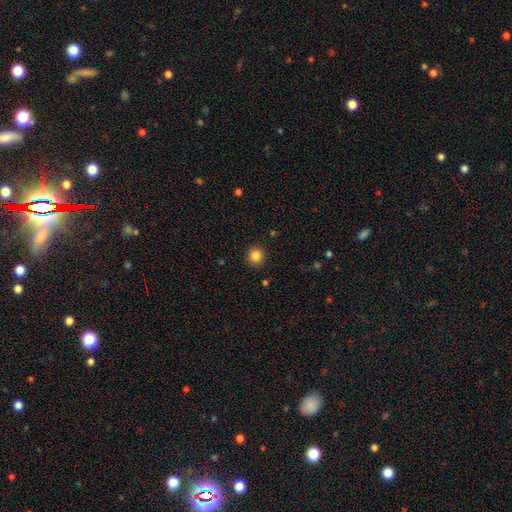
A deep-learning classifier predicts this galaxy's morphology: A smooth galaxy with no disk features (85%) that is round (91%). Merging: none (92%).